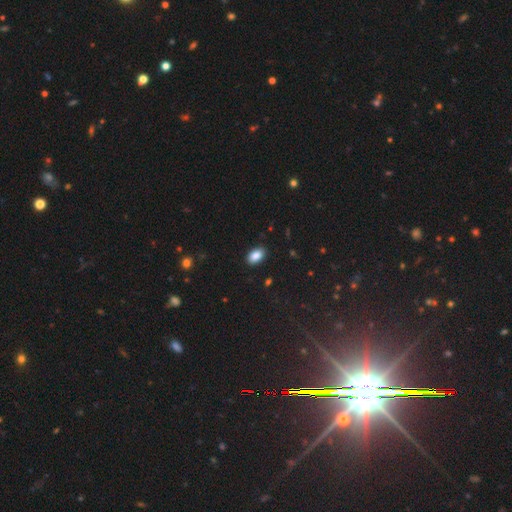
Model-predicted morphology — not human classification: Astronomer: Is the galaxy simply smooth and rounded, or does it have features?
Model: smooth — 87%.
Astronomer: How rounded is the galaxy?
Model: in between — 92%.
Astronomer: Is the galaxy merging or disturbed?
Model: none — 89%.